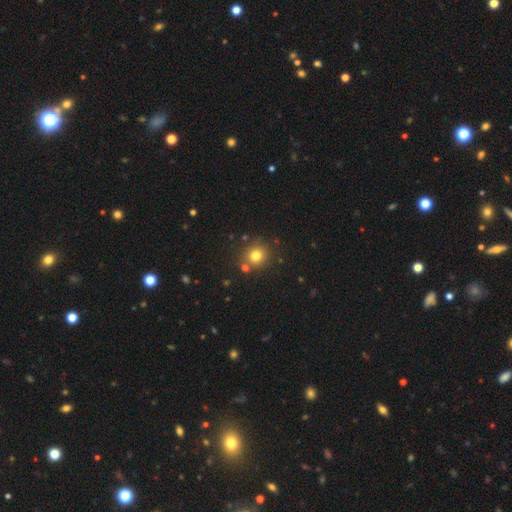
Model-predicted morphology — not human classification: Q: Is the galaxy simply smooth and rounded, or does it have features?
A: smooth — 77%.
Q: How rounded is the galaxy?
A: round — 89%.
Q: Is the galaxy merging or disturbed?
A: none — 79%.